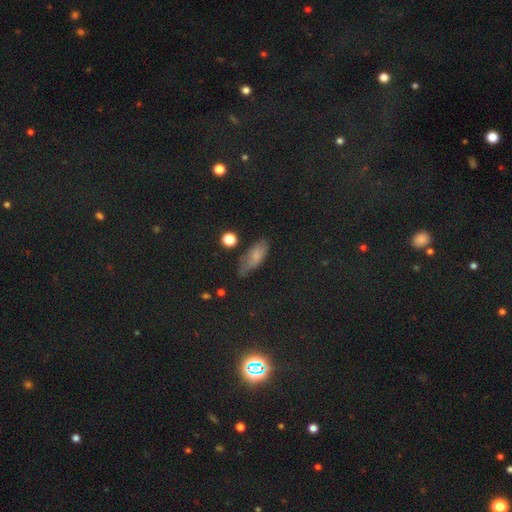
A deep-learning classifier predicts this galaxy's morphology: smooth 68%, star or artifact 20%, featured or disk 12%. Down the decision tree: how rounded — in between (71%); merging — none (60%).